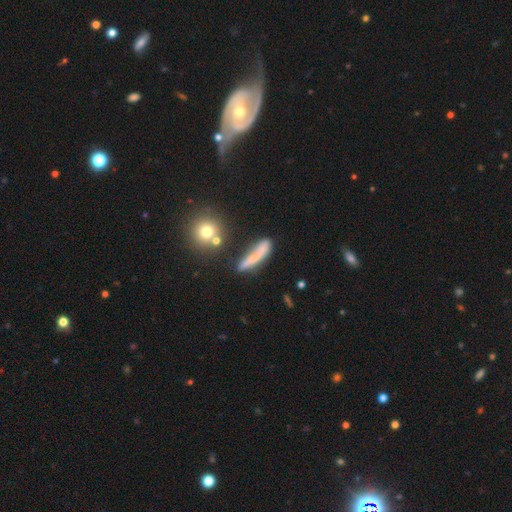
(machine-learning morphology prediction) Q: Smooth or featured?
A: smooth (60%); runner-up: featured or disk (29%)
Q: How rounded?
A: cigar-shaped (83%); runner-up: in between (13%)
Q: Merging?
A: none (54%); runner-up: minor disturbance (23%)